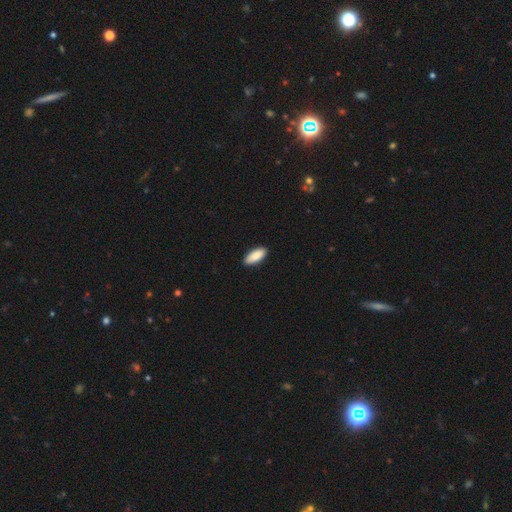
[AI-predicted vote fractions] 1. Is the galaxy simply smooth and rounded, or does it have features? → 90% smooth, 6% star or artifact, 5% featured or disk.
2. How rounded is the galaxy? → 83% in between, 15% cigar-shaped, 2% round.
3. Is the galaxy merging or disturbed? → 89% none, 8% minor disturbance, 1% major disturbance, 1% merger.